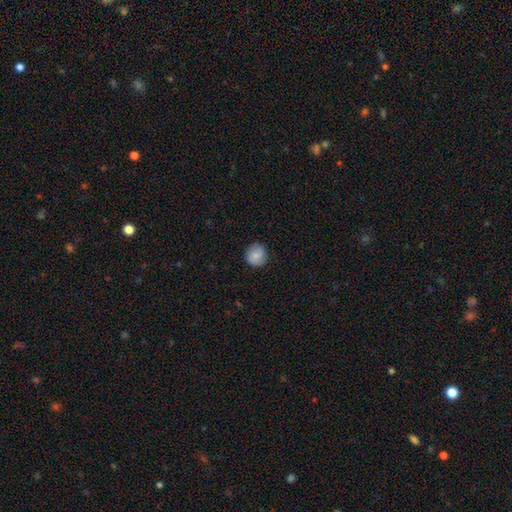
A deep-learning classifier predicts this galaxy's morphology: A smooth galaxy with no disk features (78%) that is round (91%). Merging: none (85%).